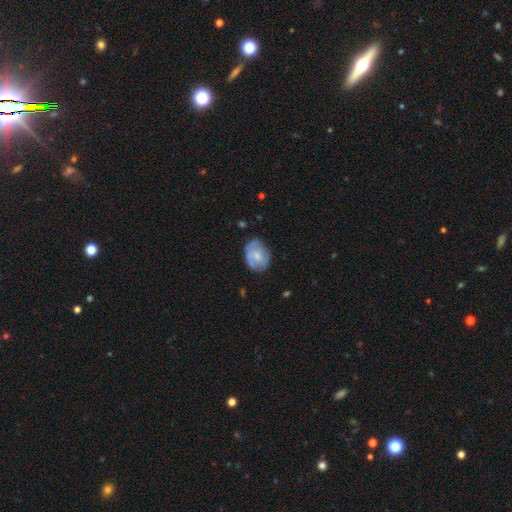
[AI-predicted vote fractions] Overall: featured or disk (55%; smooth 38%). Edge-on disk: no (97%). Bar: no (69%). Spiral arms: yes (74%). Bulge size: small (46%; moderate 40%). Merging: none (66%).